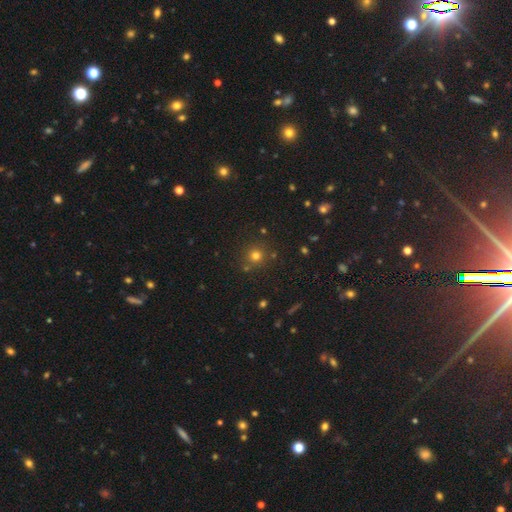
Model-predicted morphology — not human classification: smooth-or-featured: smooth: 73% | star or artifact: 20% | featured or disk: 7%
  how-rounded: round: 94% | in between: 5% | cigar-shaped: 1%
  merging: none: 82% | minor disturbance: 8% | merger: 7% | major disturbance: 3%